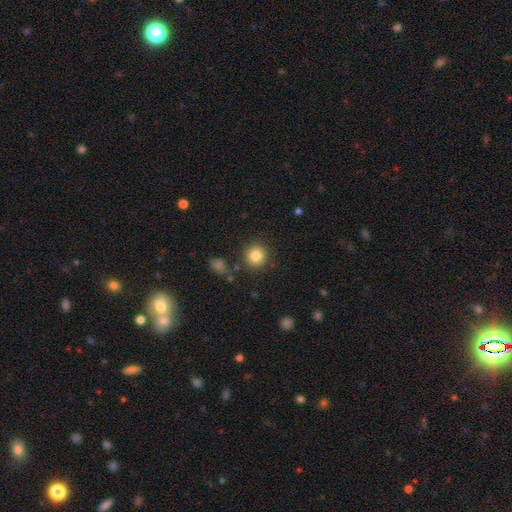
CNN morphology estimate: This appears to be a smooth galaxy with no disk features (84%) that is round (91%). Merging: none (87%).